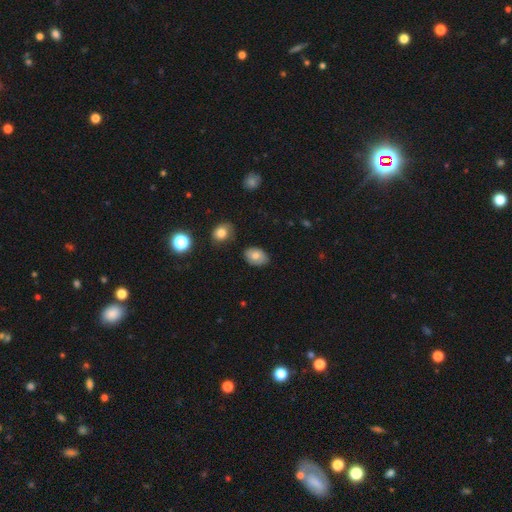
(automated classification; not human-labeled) Smooth or featured?
  - smooth: 77% *
  - featured or disk: 14%
  - star or artifact: 9%
How rounded?
  - in between: 82% *
  - round: 17%
  - cigar-shaped: 1%
Merging?
  - none: 81% *
  - minor disturbance: 14%
  - major disturbance: 3%
  - merger: 2%